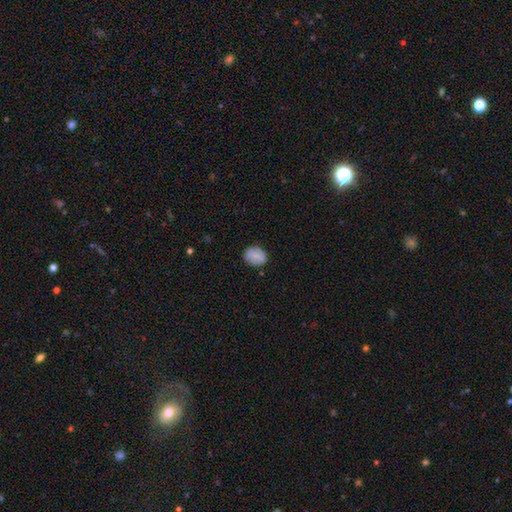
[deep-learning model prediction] smooth-or-featured: smooth: 81% | featured or disk: 11% | star or artifact: 8%
  how-rounded: round: 53% | in between: 46% | cigar-shaped: 1%
  merging: none: 83% | minor disturbance: 13% | major disturbance: 3% | merger: 1%